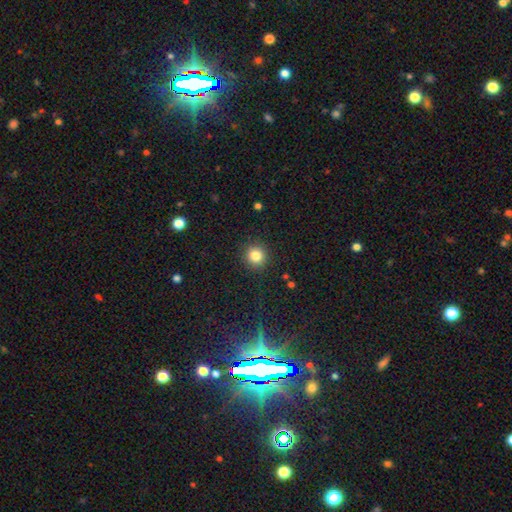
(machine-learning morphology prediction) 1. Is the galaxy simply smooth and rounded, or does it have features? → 83% smooth, 11% star or artifact, 5% featured or disk.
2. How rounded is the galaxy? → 92% round, 7% in between, 1% cigar-shaped.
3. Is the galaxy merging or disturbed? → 90% none, 6% minor disturbance, 2% major disturbance, 1% merger.